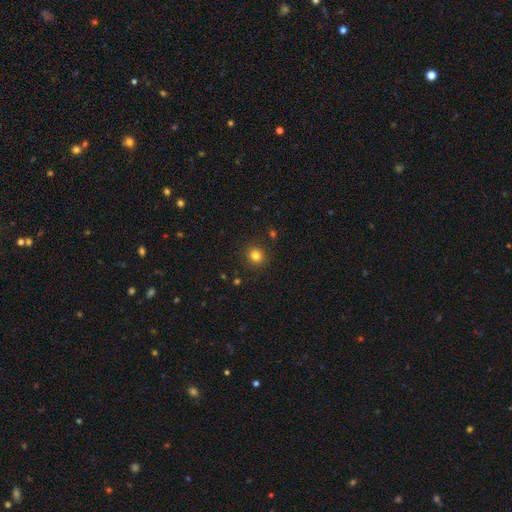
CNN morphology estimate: This appears to be a smooth galaxy with no disk features (81%) that is round (91%). Merging: none (91%).